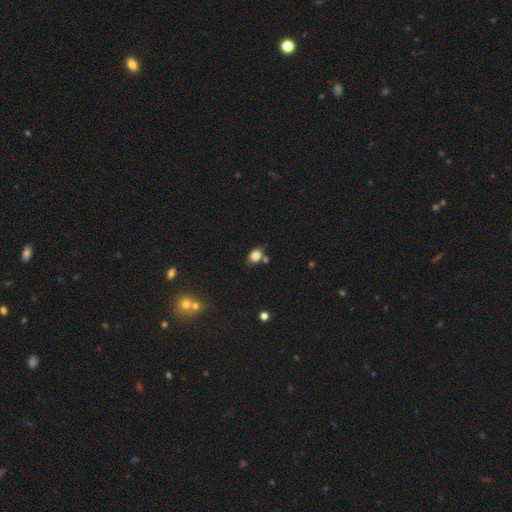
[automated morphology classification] This appears to be a smooth galaxy with no disk features (82%) that is in between round and cigar-shaped (66%). Merging: none (69%).